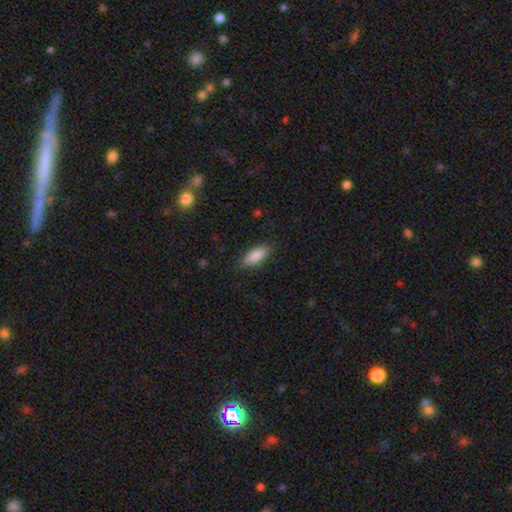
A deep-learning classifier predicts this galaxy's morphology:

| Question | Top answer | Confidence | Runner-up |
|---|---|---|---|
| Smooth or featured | smooth | 88% | featured or disk (6%) |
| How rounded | in between | 76% | cigar-shaped (22%) |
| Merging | none | 85% | minor disturbance (11%) |